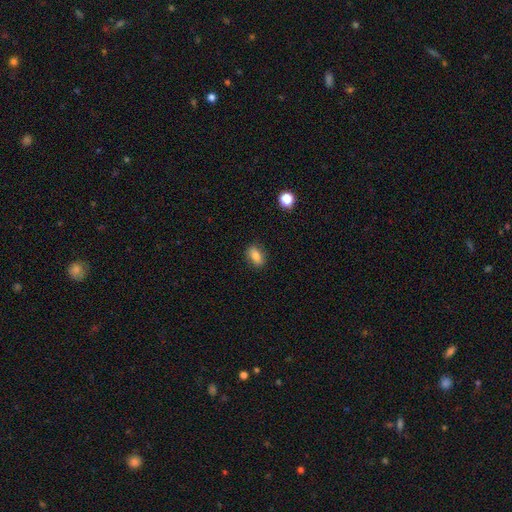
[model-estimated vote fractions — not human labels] Q: Smooth or featured?
A: smooth (80%); runner-up: featured or disk (11%)
Q: How rounded?
A: in between (84%); runner-up: round (12%)
Q: Merging?
A: none (85%); runner-up: minor disturbance (11%)